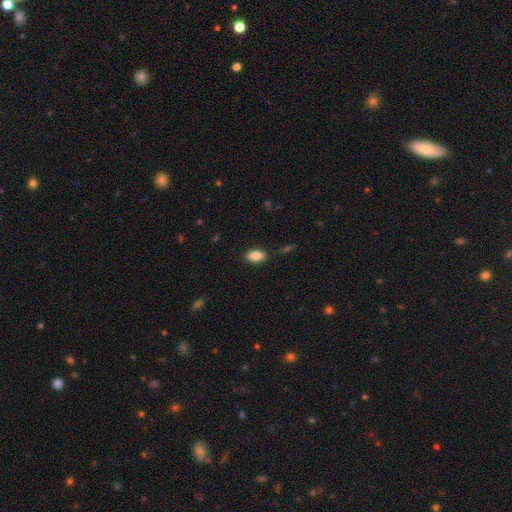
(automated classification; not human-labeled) A smooth galaxy with no disk features (86%) that is in between round and cigar-shaped (92%). Merging: none (84%).